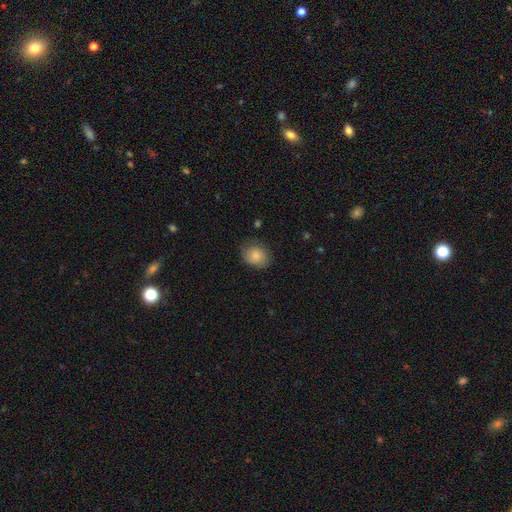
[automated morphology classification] Smooth or featured: smooth — 79% (featured or disk — 13%)
How rounded: round — 54% (in between — 45%)
Merging: none — 77% (minor disturbance — 17%)